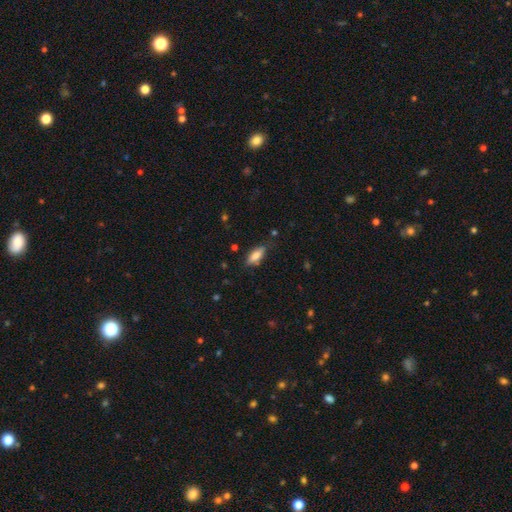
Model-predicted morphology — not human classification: A smooth galaxy with no disk features (79%) that is in between round and cigar-shaped (71%).

Vote fractions:
- Smooth or featured? smooth: 79% / featured or disk: 14% / star or artifact: 7%
- How rounded? in between: 71% / cigar-shaped: 27% / round: 2%
- Merging? none: 76% / minor disturbance: 18% / major disturbance: 4% / merger: 2%